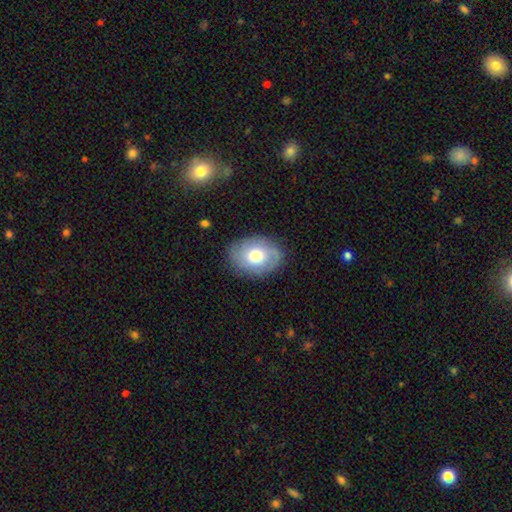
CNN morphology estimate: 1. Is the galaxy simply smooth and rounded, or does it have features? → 57% smooth, 35% featured or disk, 8% star or artifact.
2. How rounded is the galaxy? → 70% in between, 29% round, 1% cigar-shaped.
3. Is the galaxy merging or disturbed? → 81% none, 13% minor disturbance, 4% major disturbance, 1% merger.